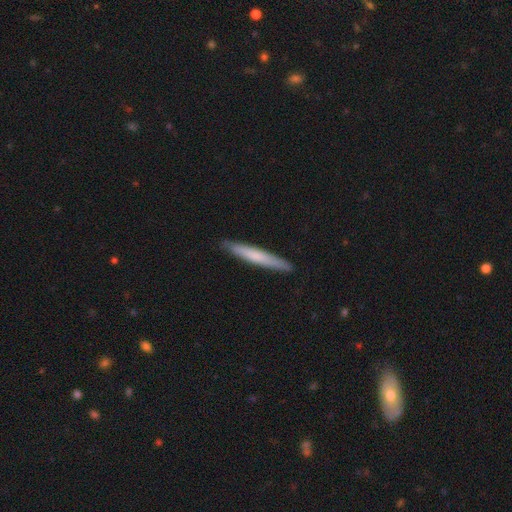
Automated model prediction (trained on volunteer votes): smooth-or-featured: smooth: 65% | featured or disk: 31% | star or artifact: 5%
  how-rounded: cigar-shaped: 96% | in between: 3% | round: 1%
  merging: none: 90% | minor disturbance: 7% | major disturbance: 1% | merger: 1%